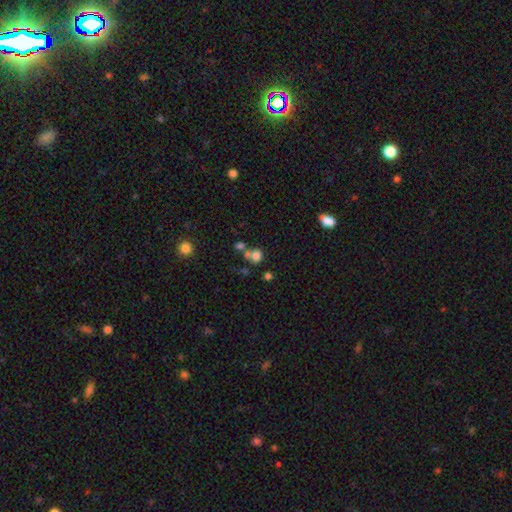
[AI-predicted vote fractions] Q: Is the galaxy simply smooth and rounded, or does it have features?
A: smooth — 74%.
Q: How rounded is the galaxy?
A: round — 73%.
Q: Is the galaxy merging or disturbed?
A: none — 43%.